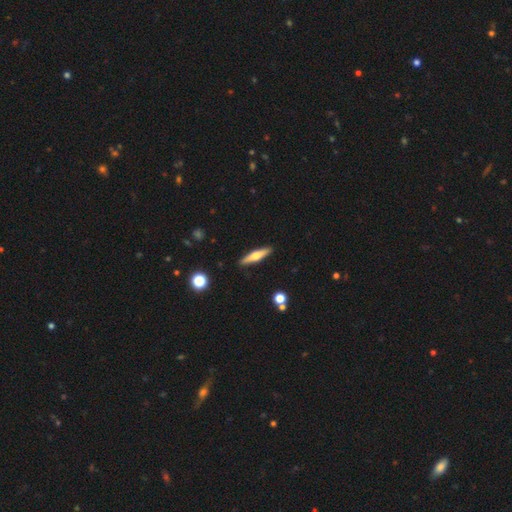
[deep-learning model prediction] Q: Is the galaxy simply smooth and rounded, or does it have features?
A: featured or disk — 53%.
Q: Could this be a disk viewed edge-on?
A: yes — 95%.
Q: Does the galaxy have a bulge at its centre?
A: rounded — 92%.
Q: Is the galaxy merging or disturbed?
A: none — 90%.